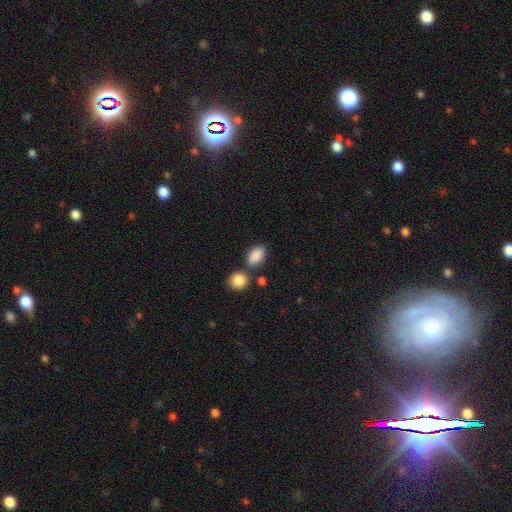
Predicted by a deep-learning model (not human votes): Smooth or featured: smooth — 88% (star or artifact — 7%)
How rounded: in between — 89% (round — 8%)
Merging: none — 70% (minor disturbance — 14%)